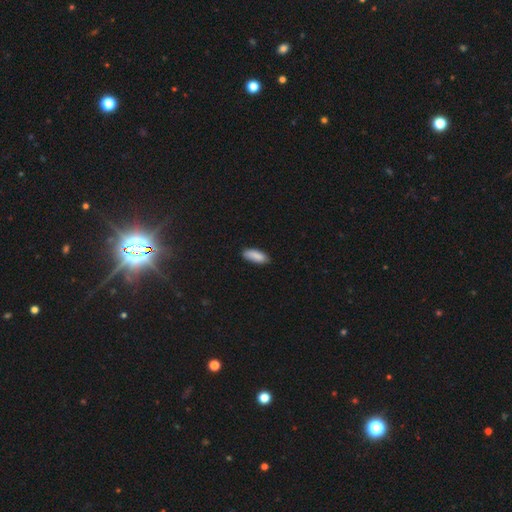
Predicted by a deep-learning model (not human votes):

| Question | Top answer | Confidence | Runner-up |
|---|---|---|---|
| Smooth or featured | smooth | 88% | star or artifact (6%) |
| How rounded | in between | 72% | cigar-shaped (27%) |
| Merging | none | 79% | minor disturbance (17%) |